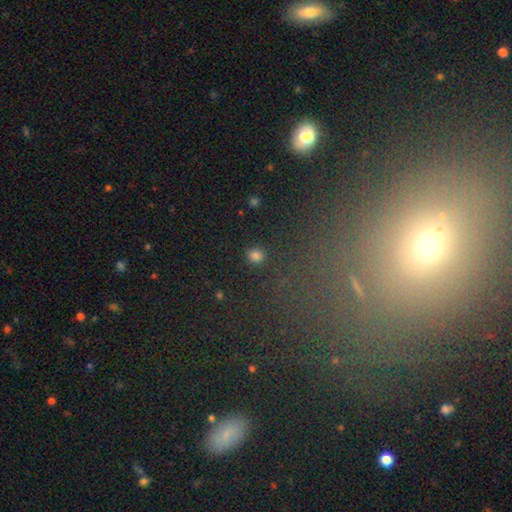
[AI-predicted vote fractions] Q: Smooth or featured?
A: smooth (82%); runner-up: star or artifact (14%)
Q: How rounded?
A: round (93%); runner-up: in between (6%)
Q: Merging?
A: none (90%); runner-up: minor disturbance (6%)